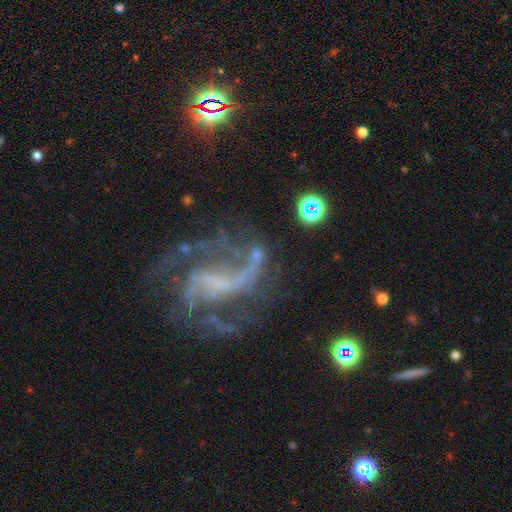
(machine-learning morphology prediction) The model was most divided on "bar": no: 38%, weak: 37%, strong: 25%. Remaining: edge-on disk — no (97%); spiral arms — yes (83%); smooth or featured — featured or disk (71%); spiral winding — loose (58%); spiral arm count — 2 (52%); bulge size — none (47%); merging — none (46%).